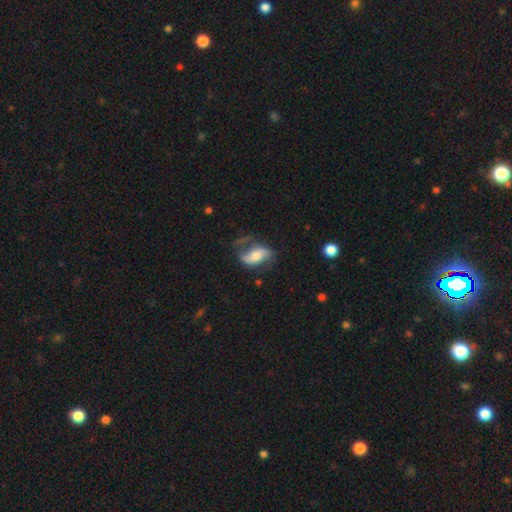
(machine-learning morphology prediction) Smooth or featured? Predicted: featured or disk (p=0.65). Edge-on disk? Predicted: no (p=0.93). Bar? Predicted: no (p=0.39). Spiral arms? Predicted: yes (p=0.85). Spiral winding? Predicted: loose (p=0.58). Spiral arm count? Predicted: 2 (p=0.82). Bulge size? Predicted: moderate (p=0.54). Merging? Predicted: none (p=0.52).